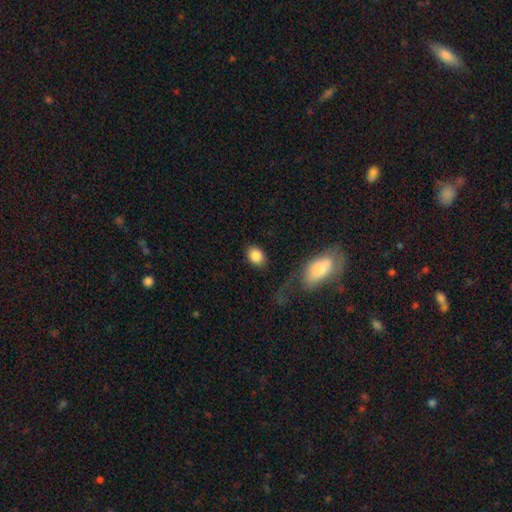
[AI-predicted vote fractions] This is clearly a smooth galaxy (86%). How rounded: likely in between (71%). Merging: clearly none (82%).